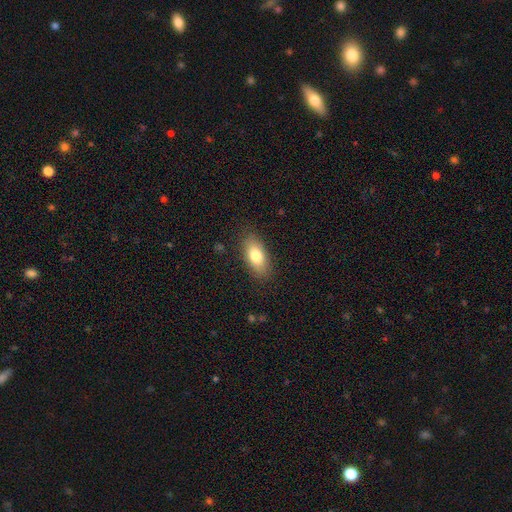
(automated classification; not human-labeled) The model was most divided on "smooth or featured": smooth: 79%, featured or disk: 14%, star or artifact: 7%. More confident: how rounded — in between (86%); merging — none (84%).